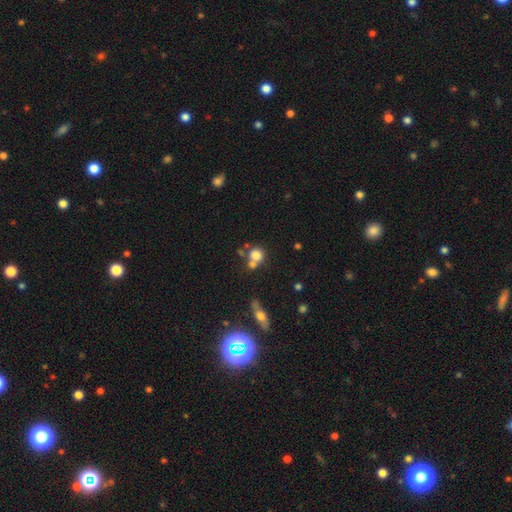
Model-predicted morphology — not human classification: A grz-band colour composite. It shows a smooth galaxy with no disk features (77%) that is round (83%). Merging: none (49%).